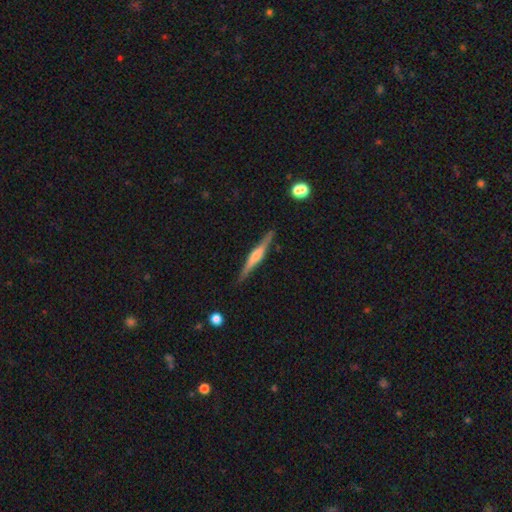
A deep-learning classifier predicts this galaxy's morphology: A featured or disk galaxy (69%) viewed edge-on (98%) with a rounded central bulge (65%). Merging: none (88%).